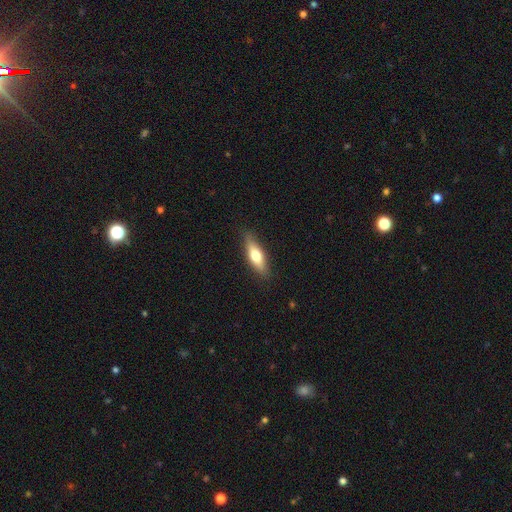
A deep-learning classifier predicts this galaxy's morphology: smooth-or-featured: smooth: 63% | featured or disk: 31% | star or artifact: 6%
  how-rounded: in between: 49% | cigar-shaped: 48% | round: 3%
  merging: none: 87% | minor disturbance: 10% | major disturbance: 2% | merger: 1%